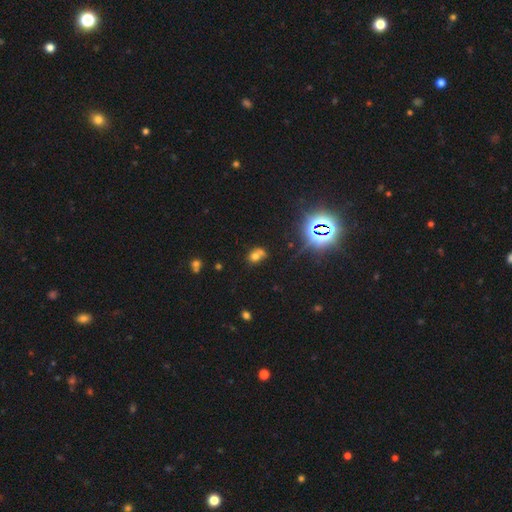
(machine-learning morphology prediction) smooth_or_featured: smooth (p=0.61) [alt: star or artifact p=0.24]
how_rounded: round (p=0.62) [alt: in between p=0.37]
merging: merger (p=0.49) [alt: none p=0.35]